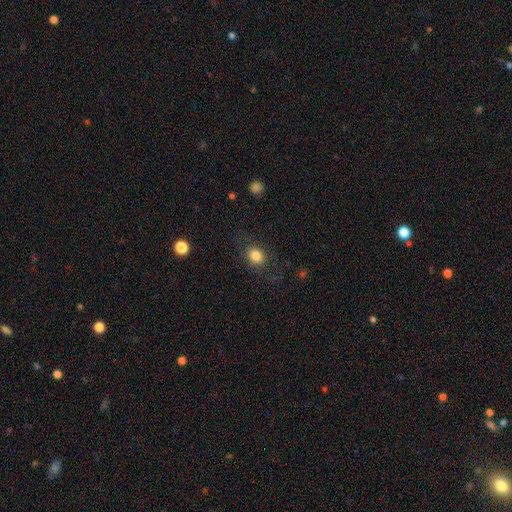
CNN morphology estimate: Smooth or featured? Predicted: smooth (p=0.81). How rounded? Predicted: round (p=0.57). Merging? Predicted: none (p=0.77).